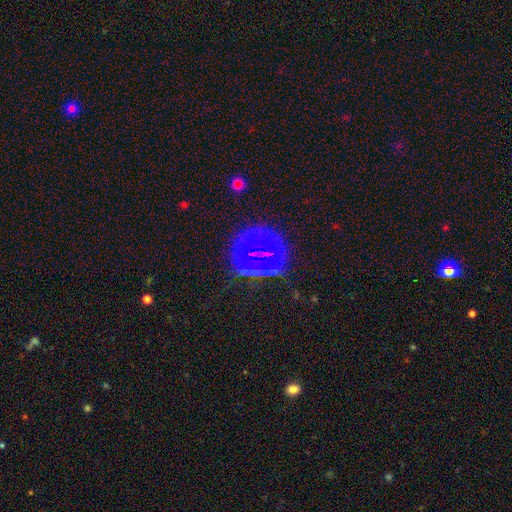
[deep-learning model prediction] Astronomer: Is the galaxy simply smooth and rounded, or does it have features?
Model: star or artifact — 66%.